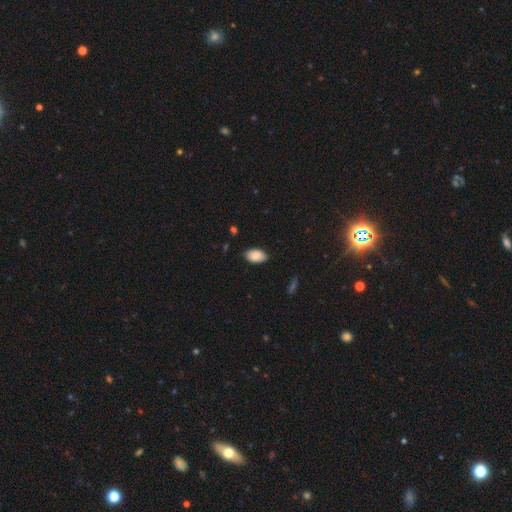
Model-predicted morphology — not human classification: This appears to be a smooth galaxy with no disk features (88%) that is in between round and cigar-shaped (93%). Merging: none (83%).